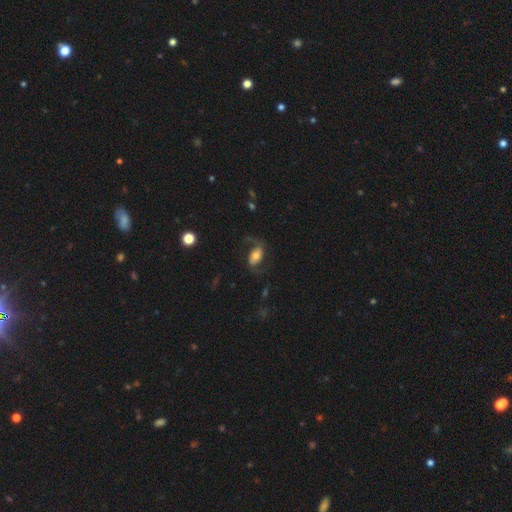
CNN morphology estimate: Overall: featured or disk (53%; smooth 38%). Edge-on disk: no (94%). Bar: no (49%; weak 30%). Spiral arms: yes (82%). Bulge size: moderate (57%; large 22%). Merging: none (61%).